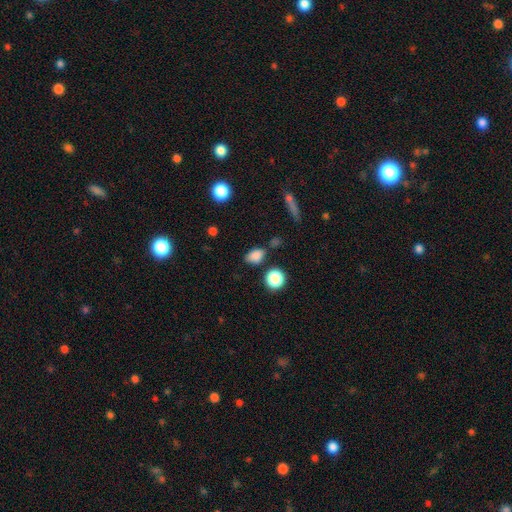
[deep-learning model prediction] Smooth or featured? Predicted: smooth (p=0.82). How rounded? Predicted: in between (p=0.80). Merging? Predicted: none (p=0.71).